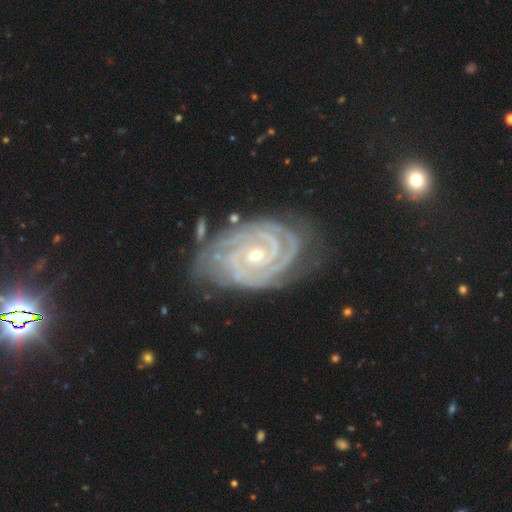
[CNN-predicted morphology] smooth-or-featured: featured or disk: 92% | star or artifact: 5% | smooth: 3%
  disk-edge-on: no: 97% | yes: 3%
    bar: no: 63% | weak: 25% | strong: 12%
    has-spiral-arms: yes: 99% | no: 1%
      spiral-winding: tight: 86% | medium: 13% | loose: 2%
      spiral-arm-count: 3: 29% (tied) | 2: 29% (tied) | 4: 14% | can't tell: 13% | more than 4: 8% | 1: 6%
    bulge-size: small: 55% | moderate: 42% | large: 1% | none: 1% | dominant: 1%
  merging: none: 70% | minor disturbance: 21% | major disturbance: 6% | merger: 3%